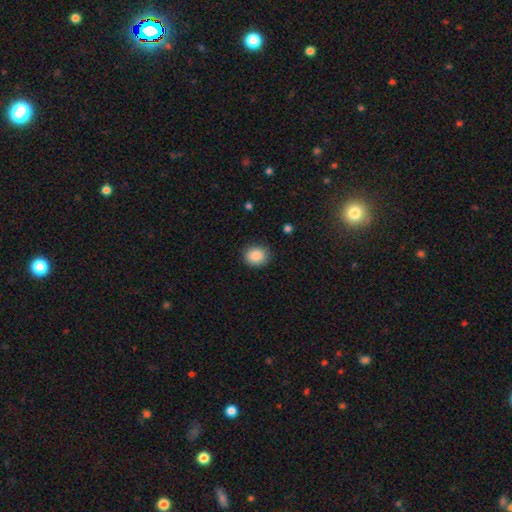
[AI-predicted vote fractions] smooth-or-featured: smooth: 88% | star or artifact: 9% | featured or disk: 4%
  how-rounded: round: 73% | in between: 27% | cigar-shaped: 1%
  merging: none: 87% | minor disturbance: 9% | major disturbance: 2% | merger: 1%